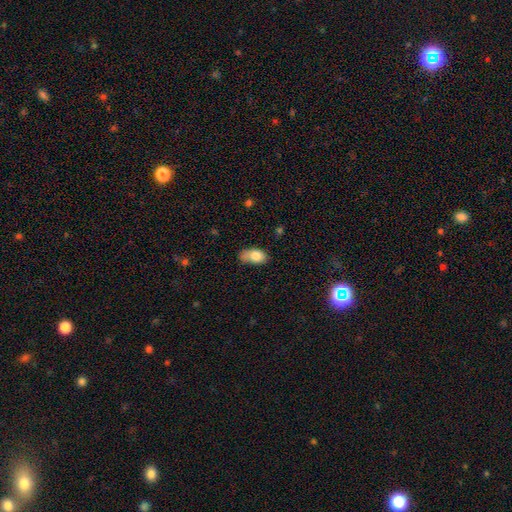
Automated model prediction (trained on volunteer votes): smooth 80%, featured or disk 12%, star or artifact 8%. Down the decision tree: how rounded — in between (87%); merging — none (43%).